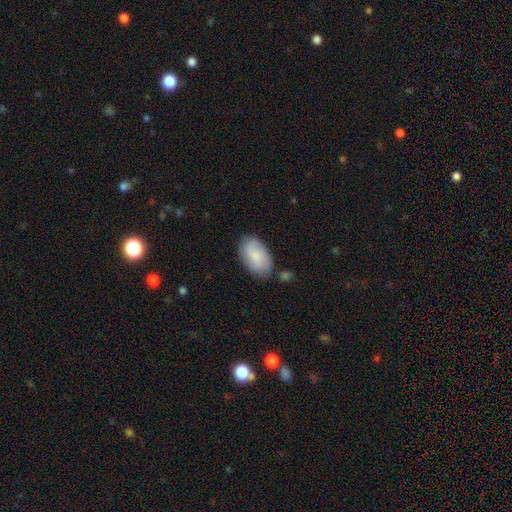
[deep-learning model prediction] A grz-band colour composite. It shows a smooth galaxy with no disk features (74%) that is in between round and cigar-shaped (93%). Merging: none (74%).